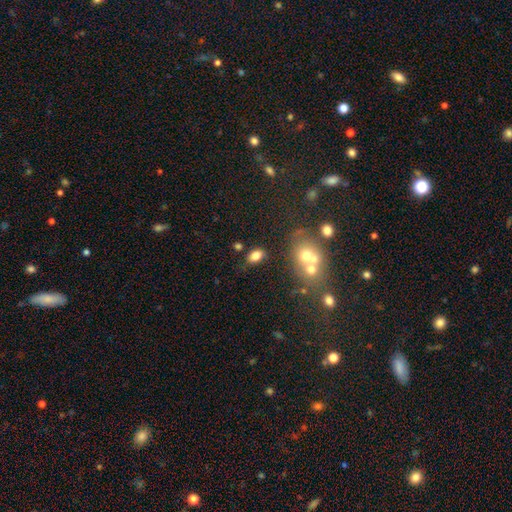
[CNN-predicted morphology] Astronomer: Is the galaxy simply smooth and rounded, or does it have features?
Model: smooth — 78%.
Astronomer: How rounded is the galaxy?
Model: in between — 84%.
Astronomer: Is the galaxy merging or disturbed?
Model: none — 71%.